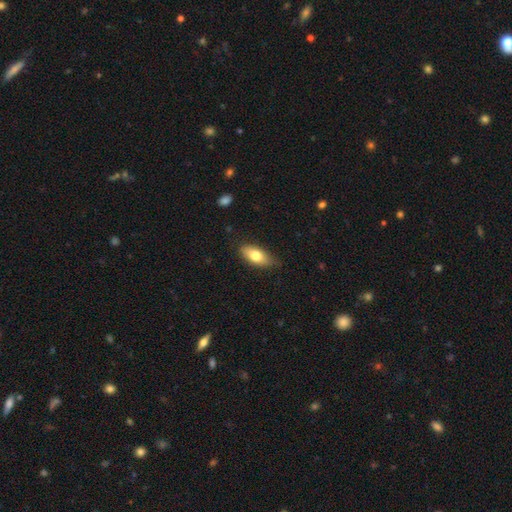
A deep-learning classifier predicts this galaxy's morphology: This appears to be a smooth galaxy with no disk features (75%) that is in between round and cigar-shaped (85%). Merging: none (77%).